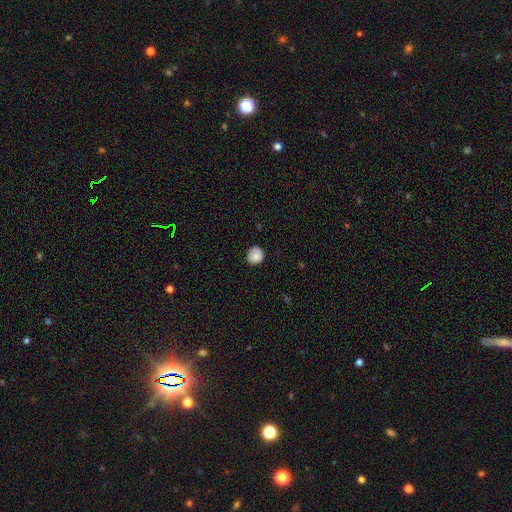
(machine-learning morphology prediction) smooth-or-featured: smooth: 87% | star or artifact: 9% | featured or disk: 4%
  how-rounded: round: 83% | in between: 16% | cigar-shaped: 1%
  merging: none: 82% | minor disturbance: 15% | major disturbance: 2% | merger: 1%